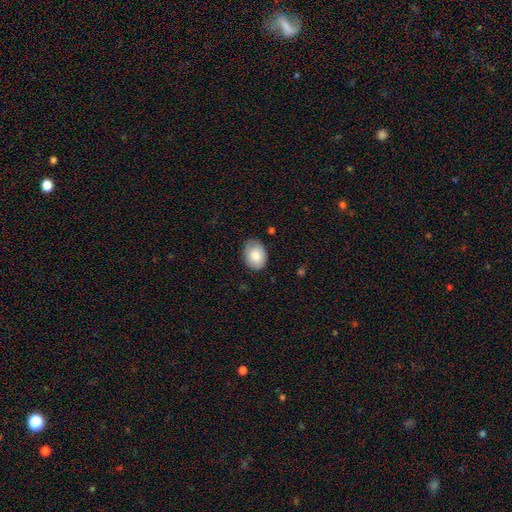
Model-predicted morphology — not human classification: Smooth or featured?
  - smooth: 82% *
  - featured or disk: 11%
  - star or artifact: 7%
How rounded?
  - in between: 74% *
  - round: 25%
  - cigar-shaped: 1%
Merging?
  - none: 73% *
  - minor disturbance: 22%
  - major disturbance: 4%
  - merger: 1%